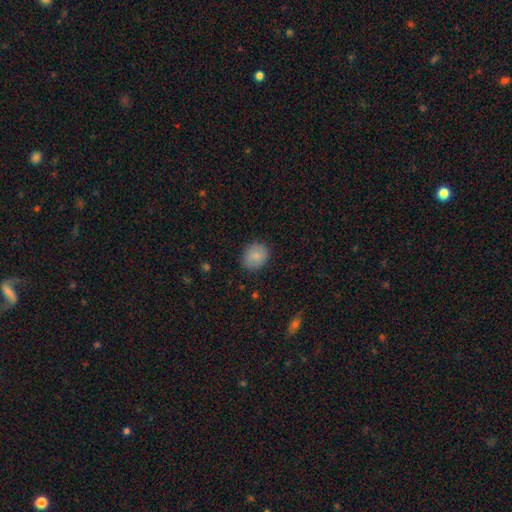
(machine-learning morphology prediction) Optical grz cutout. It shows a smooth galaxy with no disk features (83%) that is round (59%). Merging: none (84%).